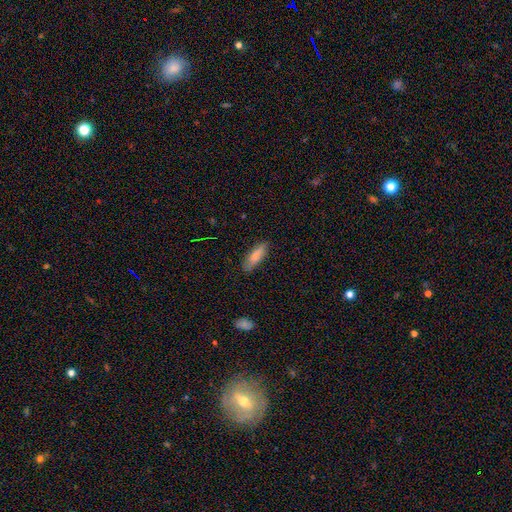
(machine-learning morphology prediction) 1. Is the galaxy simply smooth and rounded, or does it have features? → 81% smooth, 13% featured or disk, 7% star or artifact.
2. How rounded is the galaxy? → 49% cigar-shaped (tied), 49% in between (tied), 2% round.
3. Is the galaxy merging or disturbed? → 83% none, 13% minor disturbance, 3% major disturbance, 1% merger.